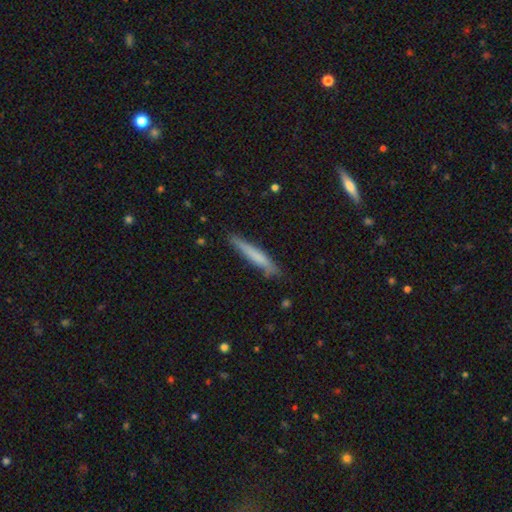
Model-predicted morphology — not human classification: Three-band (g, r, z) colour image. It shows a smooth galaxy with no disk features (64%) that is cigar-shaped (95%). Merging: none (82%).